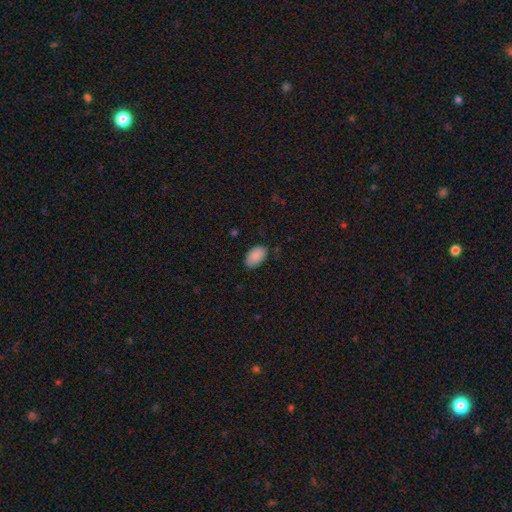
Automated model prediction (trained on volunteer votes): Smooth or featured?
  - smooth: 89% *
  - star or artifact: 7%
  - featured or disk: 5%
How rounded?
  - in between: 92% *
  - round: 7%
  - cigar-shaped: 1%
Merging?
  - none: 80% *
  - minor disturbance: 16%
  - major disturbance: 3%
  - merger: 1%